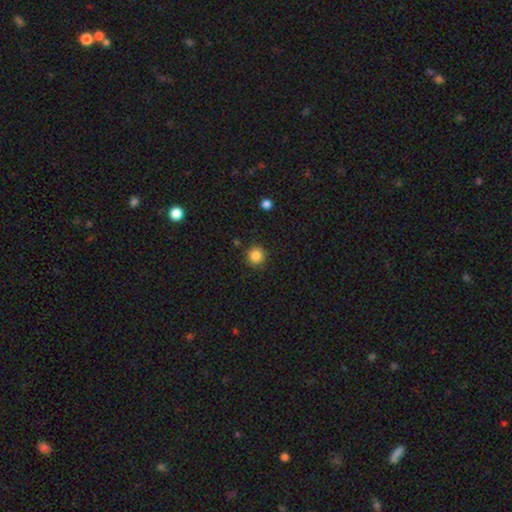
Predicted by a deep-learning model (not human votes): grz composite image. It shows a smooth galaxy with no disk features (86%) that is round (94%). Merging: none (90%).